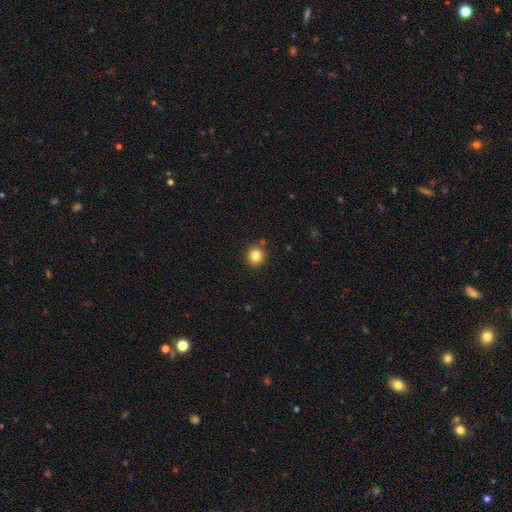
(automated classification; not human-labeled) Overall: smooth (83%). How rounded: round (89%). Merging: none (88%).